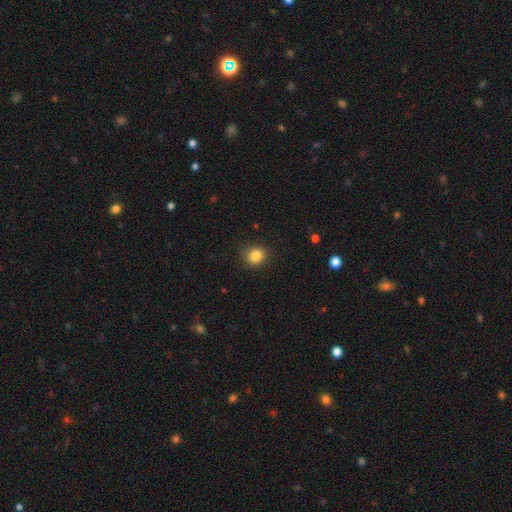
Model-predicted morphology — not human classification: A smooth galaxy with no disk features (84%) that is round (81%).

Vote fractions:
- Smooth or featured? smooth: 84% / star or artifact: 11% / featured or disk: 5%
- How rounded? round: 81% / in between: 18% / cigar-shaped: 1%
- Merging? none: 86% / minor disturbance: 10% / major disturbance: 3% / merger: 1%